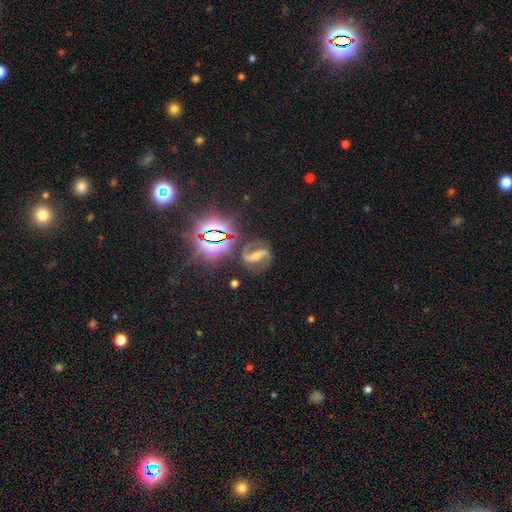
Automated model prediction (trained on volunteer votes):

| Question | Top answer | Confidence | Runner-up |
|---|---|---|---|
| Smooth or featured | featured or disk | 70% | star or artifact (20%) |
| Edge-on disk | no | 96% | yes (4%) |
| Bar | strong | 66% | weak (22%) |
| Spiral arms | yes | 92% | no (8%) |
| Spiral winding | medium | 44% | loose (43%) |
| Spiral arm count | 2 | 90% | 1 (4%) |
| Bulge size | small | 38% | moderate (29%) |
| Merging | none | 72% | minor disturbance (14%) |